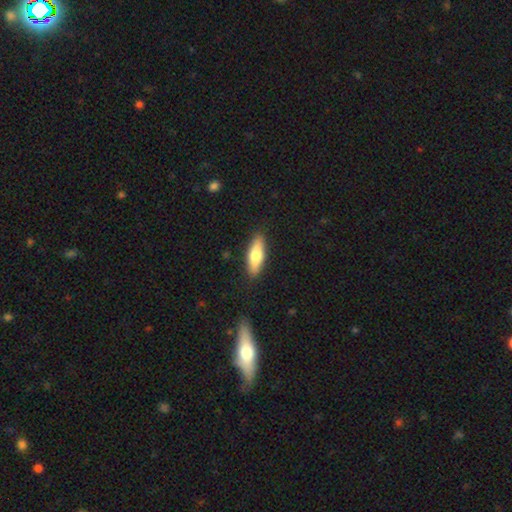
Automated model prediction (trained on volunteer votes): Smooth or featured? Predicted: smooth (p=0.68). How rounded? Predicted: in between (p=0.51). Merging? Predicted: none (p=0.88).